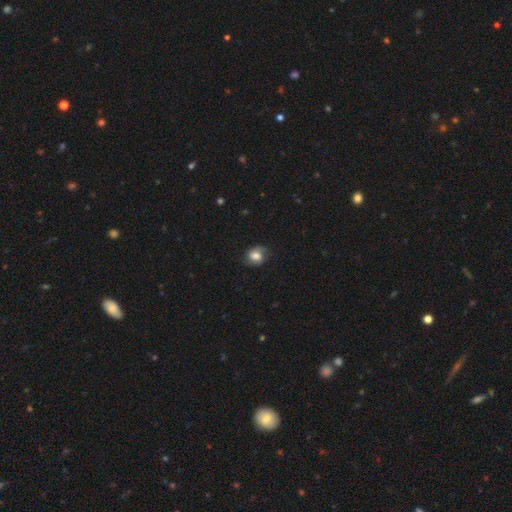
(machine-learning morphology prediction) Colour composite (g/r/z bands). It shows a smooth galaxy with no disk features (62%) that is round (55%). Merging: none (73%).